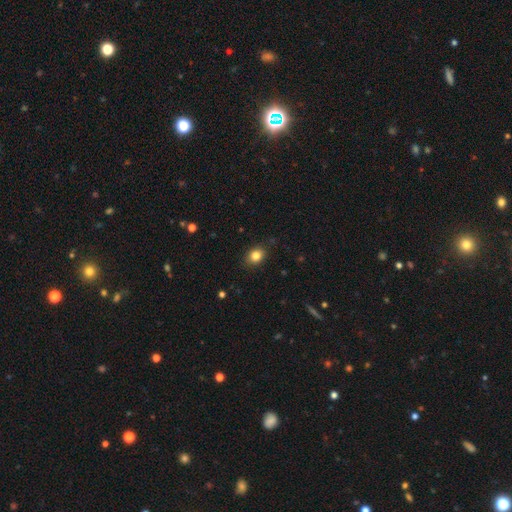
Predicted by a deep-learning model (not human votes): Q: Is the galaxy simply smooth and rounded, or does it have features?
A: smooth — 83%.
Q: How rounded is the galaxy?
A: round — 50%.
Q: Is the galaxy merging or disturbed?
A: none — 86%.